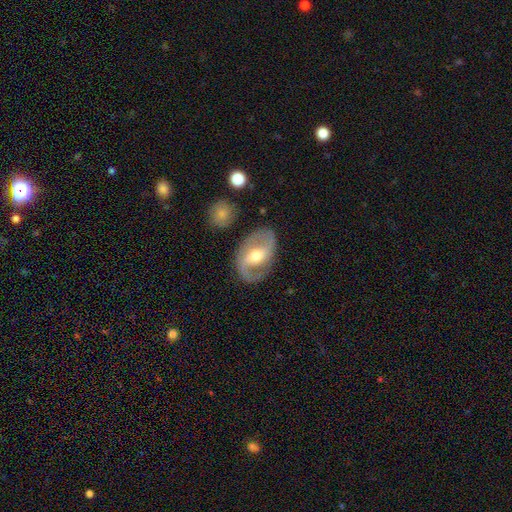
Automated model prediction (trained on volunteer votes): This appears to be a featured or disk galaxy (82%) with a weak bar (45%), 2 (89%) medium (48%) spiral arms (89%) and a moderate central bulge (70%). Merging: none (81%).